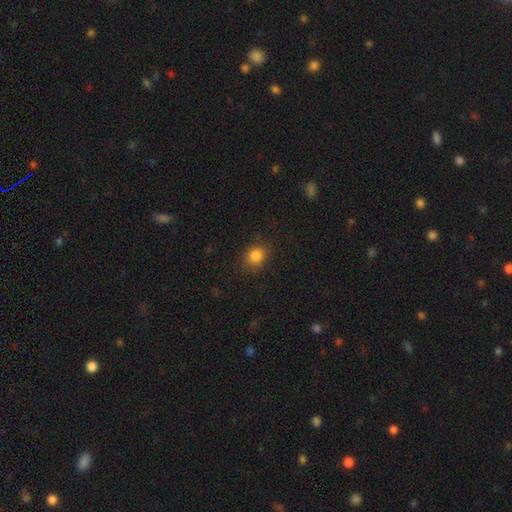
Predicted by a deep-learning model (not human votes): This is clearly a smooth galaxy (84%). How rounded: likely round (70%). Merging: clearly none (83%).